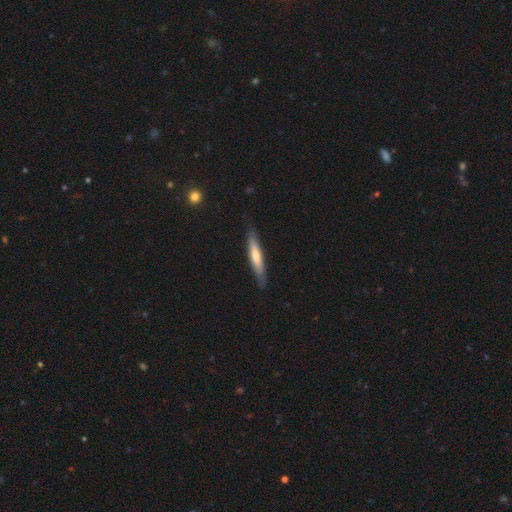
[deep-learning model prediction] Q: Smooth or featured?
A: smooth (62%); runner-up: featured or disk (33%)
Q: How rounded?
A: cigar-shaped (90%); runner-up: in between (9%)
Q: Merging?
A: none (84%); runner-up: minor disturbance (13%)